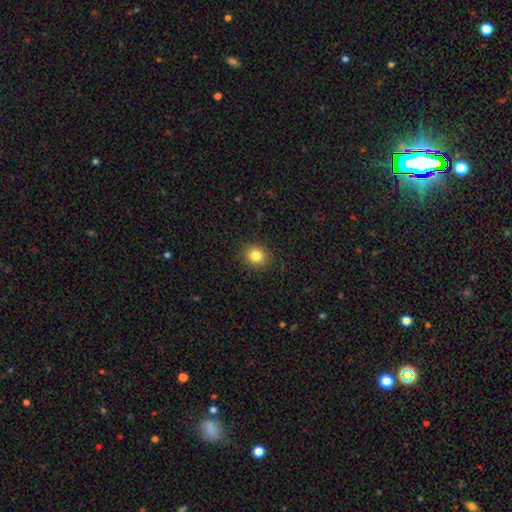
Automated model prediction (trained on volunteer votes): A smooth galaxy with no disk features (83%) that is round (76%).

Vote fractions:
- Smooth or featured? smooth: 83% / star or artifact: 11% / featured or disk: 6%
- How rounded? round: 76% / in between: 23% / cigar-shaped: 1%
- Merging? none: 90% / minor disturbance: 7% / major disturbance: 2% / merger: 1%